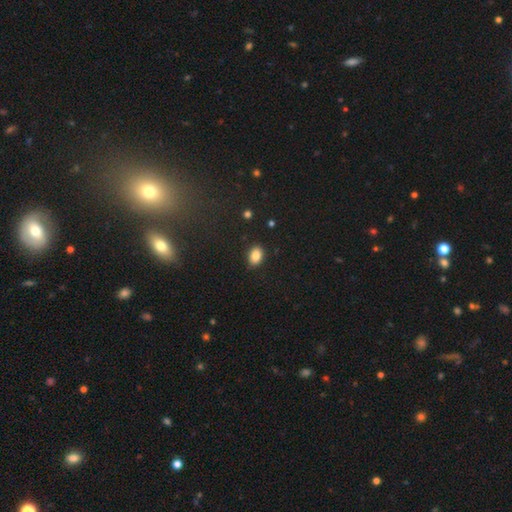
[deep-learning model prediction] This appears to be a smooth galaxy with no disk features (85%) that is in between round and cigar-shaped (73%). Merging: none (87%).